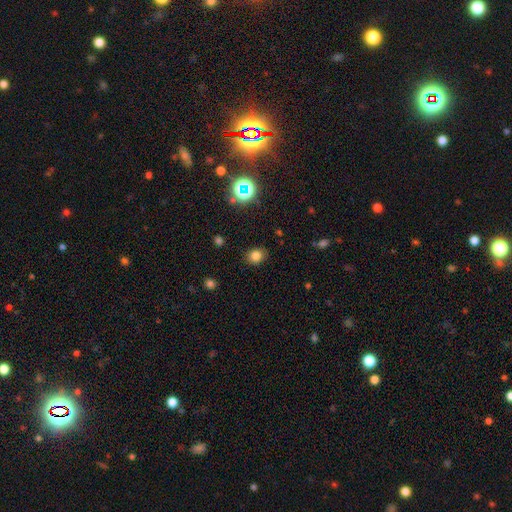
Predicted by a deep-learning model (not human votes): Smooth or featured? smooth (78%)
How rounded? round (64%)
Merging? none (87%)